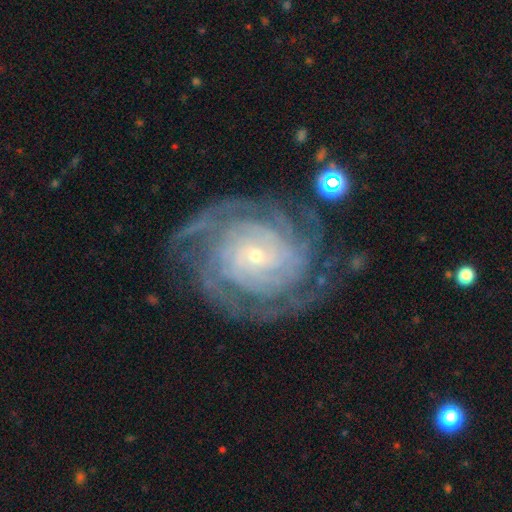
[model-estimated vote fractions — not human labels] The model was most divided on "spiral arm count": can't tell: 26%, 4: 25%, more than 4: 16%, 3: 14%, 2: 11%, 1: 7%. More confident: spiral arms — yes (97%); edge-on disk — no (97%); smooth or featured — featured or disk (89%); bulge size — small (83%); spiral winding — tight (79%); merging — none (75%); bar — no (68%).